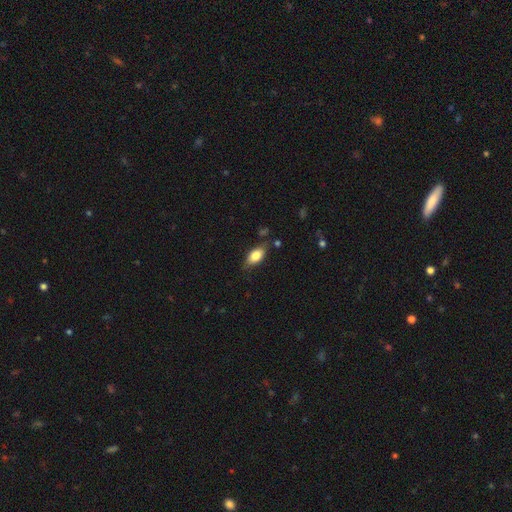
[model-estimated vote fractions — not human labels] Morphology: type=smooth (77%); roundness=in between (87%); merging=none (73%).